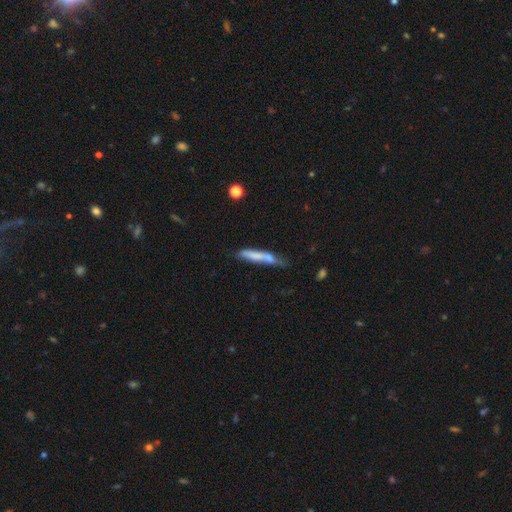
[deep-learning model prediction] This is likely a smooth galaxy (65%). How rounded: clearly cigar-shaped (89%). Merging: possibly none (48%).